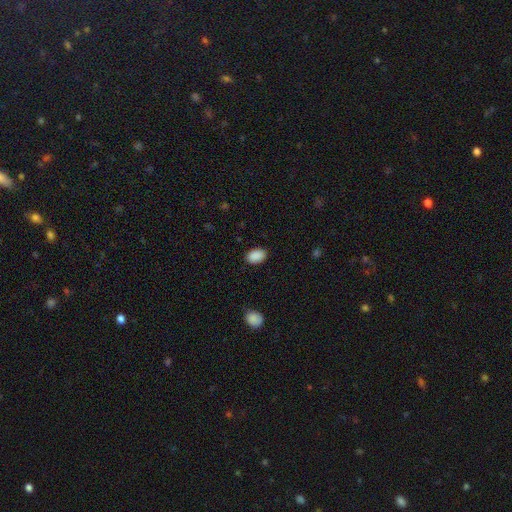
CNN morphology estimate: This is clearly a smooth galaxy (90%). How rounded: clearly in between (85%). Merging: clearly none (87%).